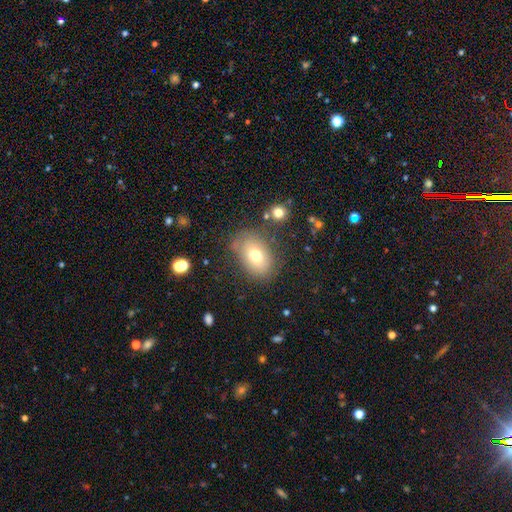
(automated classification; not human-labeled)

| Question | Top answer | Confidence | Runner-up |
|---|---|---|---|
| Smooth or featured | smooth | 71% | featured or disk (18%) |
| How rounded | in between | 81% | round (18%) |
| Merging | none | 71% | minor disturbance (18%) |